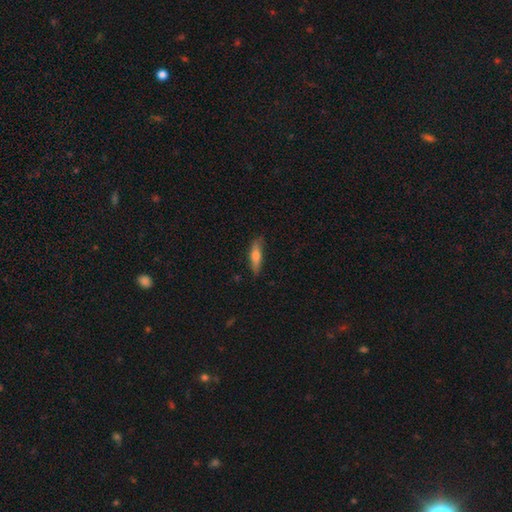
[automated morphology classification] smooth_or_featured: smooth (p=0.64) [alt: featured or disk p=0.29]
how_rounded: cigar-shaped (p=0.72) [alt: in between p=0.26]
merging: none (p=0.81) [alt: minor disturbance p=0.15]